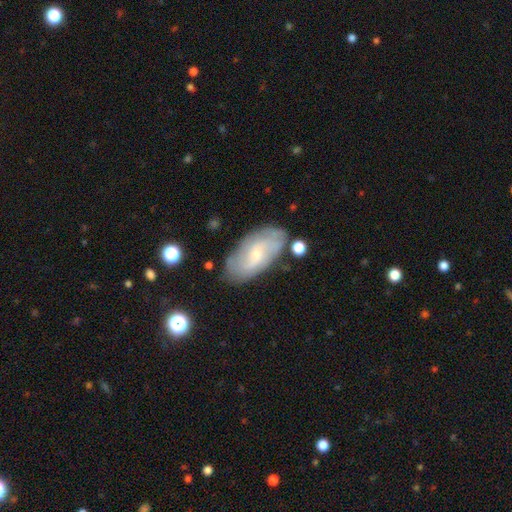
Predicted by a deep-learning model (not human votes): Smooth or featured? Predicted: featured or disk (p=0.65). Edge-on disk? Predicted: no (p=0.93). Bar? Predicted: no (p=0.47). Spiral arms? Predicted: yes (p=0.85). Spiral winding? Predicted: medium (p=0.40). Spiral arm count? Predicted: 2 (p=0.48). Bulge size? Predicted: small (p=0.74). Merging? Predicted: none (p=0.74).